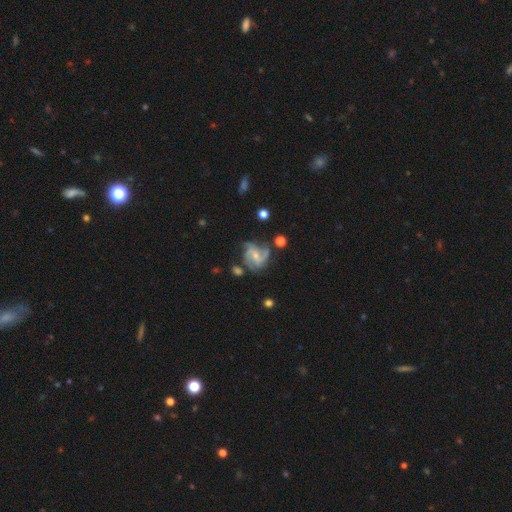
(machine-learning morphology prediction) smooth-or-featured: featured or disk: 84% | smooth: 10% | star or artifact: 7%
  disk-edge-on: no: 98% | yes: 2%
    bar: no: 50% | weak: 38% | strong: 12%
    has-spiral-arms: yes: 96% | no: 4%
      spiral-winding: medium: 51% | tight: 29% | loose: 20%
      spiral-arm-count: 3: 51% | 2: 15% | 4: 13% | can't tell: 12% | 1: 5% | more than 4: 4%
    bulge-size: small: 61% | moderate: 34% | none: 3% | large: 1% | dominant: 1%
  merging: none: 58% | minor disturbance: 23% | major disturbance: 14% | merger: 6%